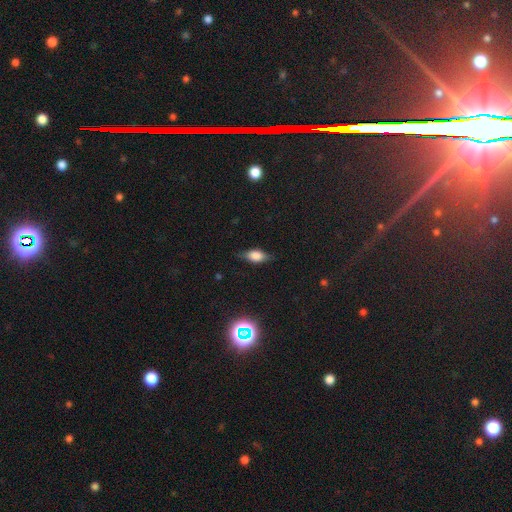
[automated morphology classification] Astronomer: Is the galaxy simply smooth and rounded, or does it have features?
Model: smooth — 64%.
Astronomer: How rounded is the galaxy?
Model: in between — 80%.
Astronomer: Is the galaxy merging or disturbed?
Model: none — 77%.